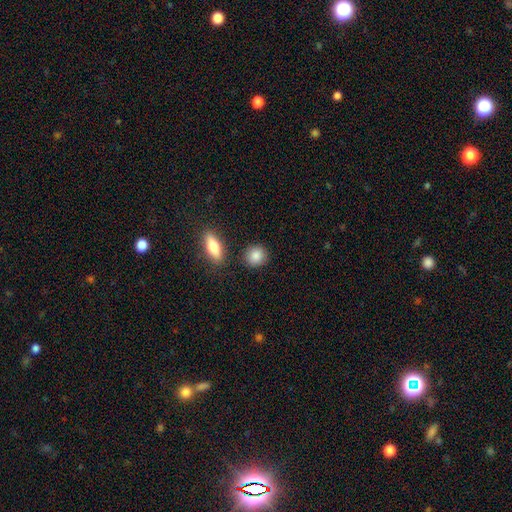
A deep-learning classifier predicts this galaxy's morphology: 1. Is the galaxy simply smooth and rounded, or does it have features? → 87% smooth, 7% star or artifact, 6% featured or disk.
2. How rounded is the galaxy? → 79% round, 19% in between, 3% cigar-shaped.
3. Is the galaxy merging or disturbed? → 85% none, 9% minor disturbance, 4% merger, 3% major disturbance.